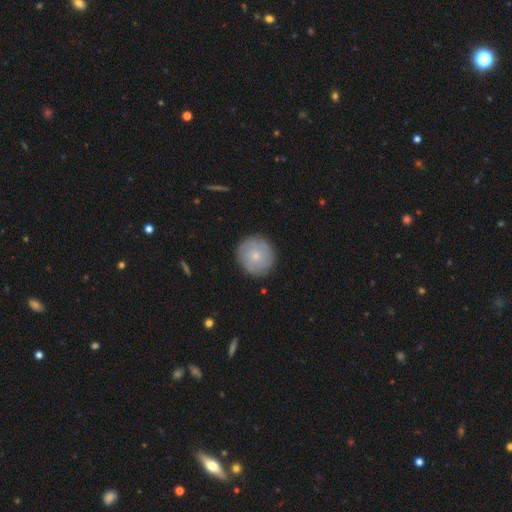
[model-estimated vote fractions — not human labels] Smooth or featured?
  - smooth: 59% *
  - featured or disk: 35%
  - star or artifact: 7%
How rounded?
  - round: 93% *
  - in between: 6%
  - cigar-shaped: 1%
Merging?
  - none: 87% *
  - minor disturbance: 10%
  - major disturbance: 3%
  - merger: 1%